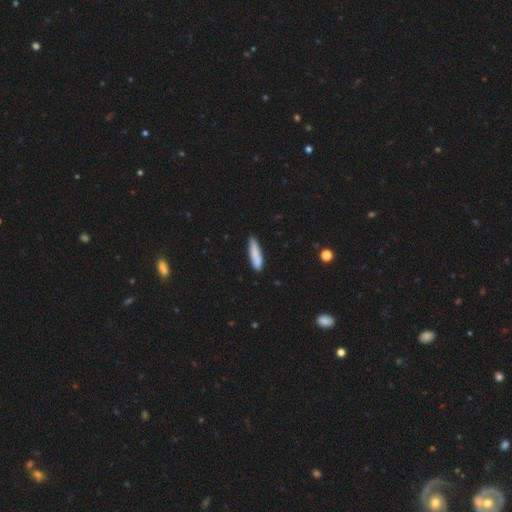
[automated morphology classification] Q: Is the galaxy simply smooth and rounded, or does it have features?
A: smooth — 84%.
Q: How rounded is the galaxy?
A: cigar-shaped — 77%.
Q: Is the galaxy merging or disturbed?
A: none — 81%.